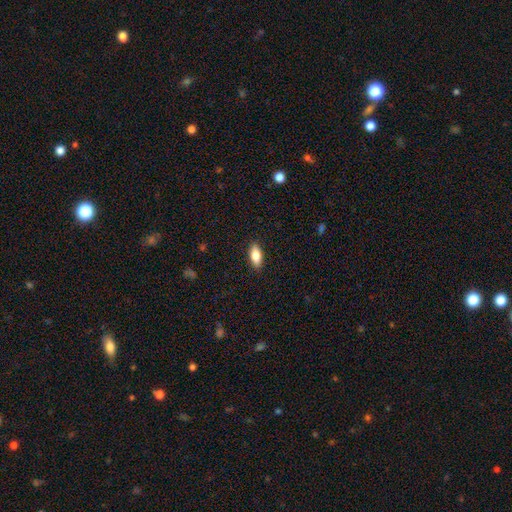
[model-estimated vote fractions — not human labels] Smooth or featured? smooth (79%)
How rounded? in between (84%)
Merging? none (90%)